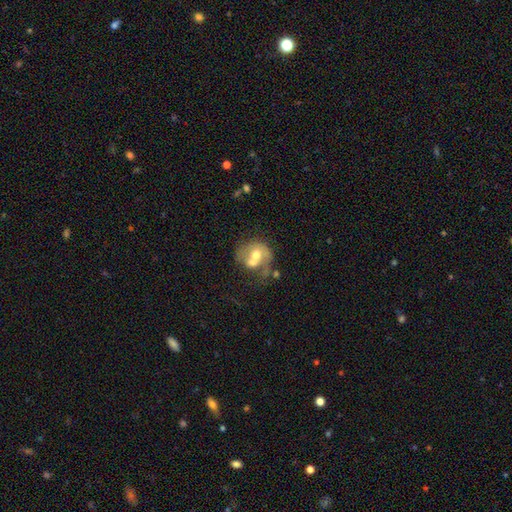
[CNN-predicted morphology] smooth-or-featured: featured or disk: 51% | smooth: 41% | star or artifact: 8%
  disk-edge-on: no: 97% | yes: 3%
  merging: merger: 55% | none: 19% | major disturbance: 15% | minor disturbance: 11%